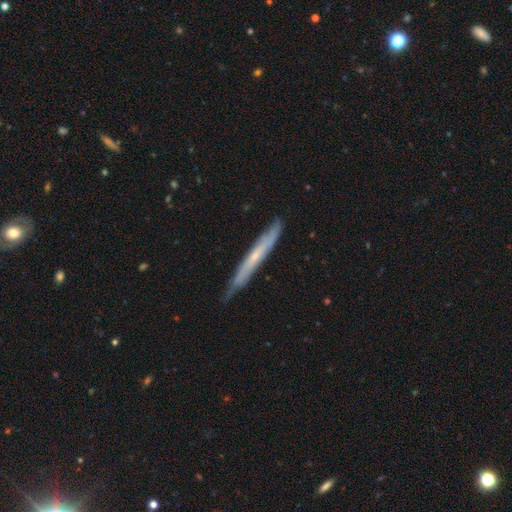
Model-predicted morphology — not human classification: Smooth or featured: featured or disk — 58% (smooth — 36%)
Edge-on disk: yes — 88% (no — 12%)
Edge-on bulge: none — 64% (rounded — 32%)
Merging: none — 79% (minor disturbance — 17%)